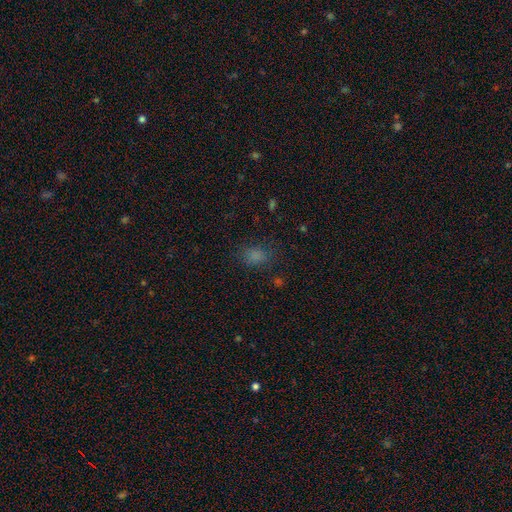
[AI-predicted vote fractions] The model was most divided on "how rounded": in between: 67%, round: 32%, cigar-shaped: 2%. More confident: smooth or featured — smooth (76%); merging — none (74%).